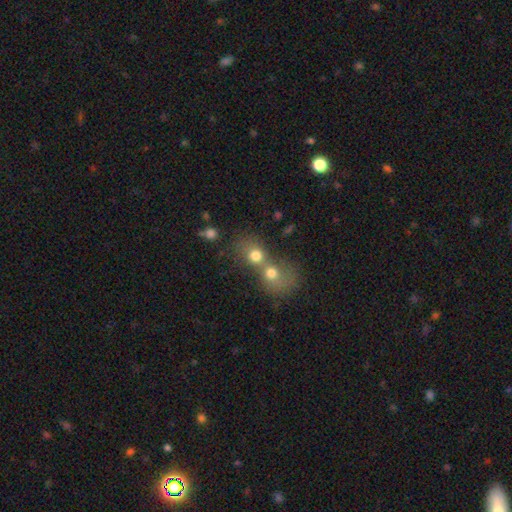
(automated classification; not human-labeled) A smooth galaxy with no disk features (71%) that is round (69%). Merging: merger (67%).